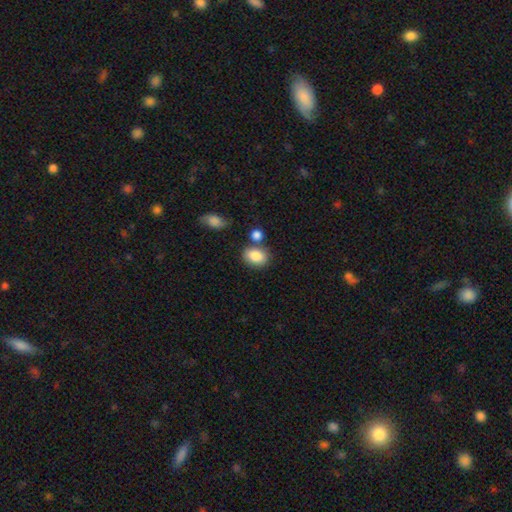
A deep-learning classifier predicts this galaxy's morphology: This is clearly a smooth galaxy (85%). How rounded: likely in between (72%). Merging: likely none (66%).